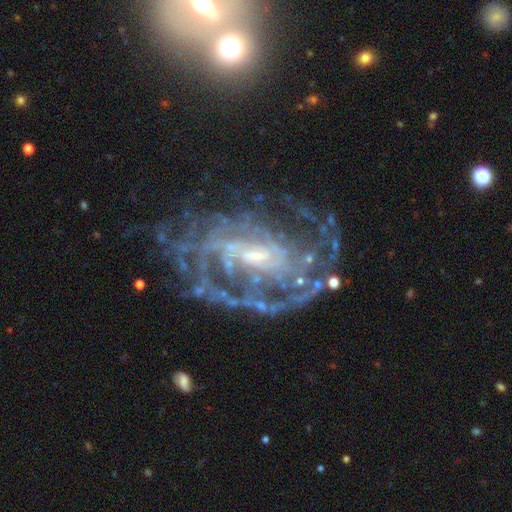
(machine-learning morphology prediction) featured or disk 90%, star or artifact 6%, smooth 4%. Down the decision tree: edge-on disk — no (97%); bar — weak (47%); spiral arms — yes (96%); spiral arm count — can't tell (28%); spiral winding — tight (50%); bulge size — small (58%); merging — none (60%).